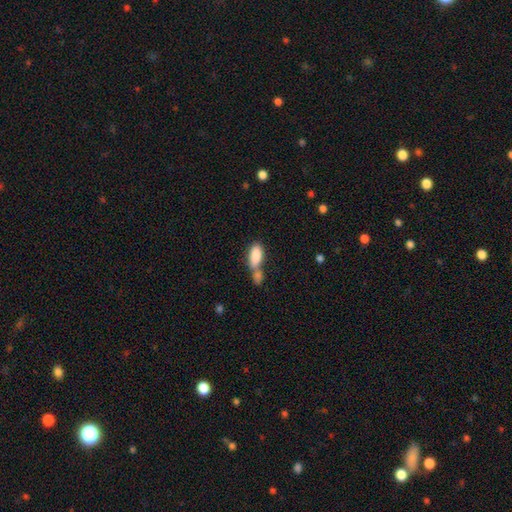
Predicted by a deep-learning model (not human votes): Smooth or featured? Predicted: smooth (p=0.84). How rounded? Predicted: in between (p=0.85). Merging? Predicted: merger (p=0.61).